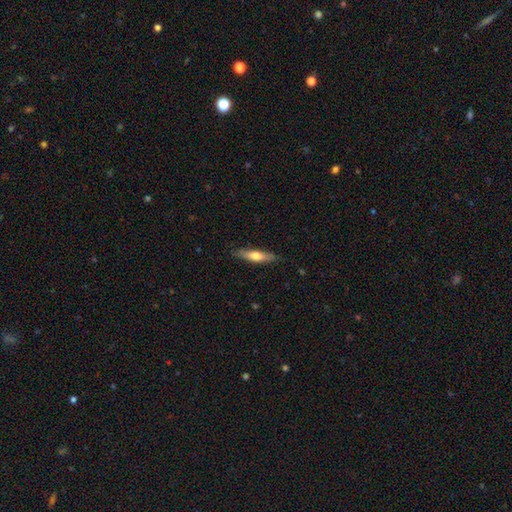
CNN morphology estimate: A smooth galaxy with no disk features (58%) that is cigar-shaped (75%).

Vote fractions:
- Smooth or featured? smooth: 58% / featured or disk: 37% / star or artifact: 5%
- How rounded? cigar-shaped: 75% / in between: 24% / round: 2%
- Merging? none: 85% / minor disturbance: 12% / major disturbance: 2% / merger: 1%